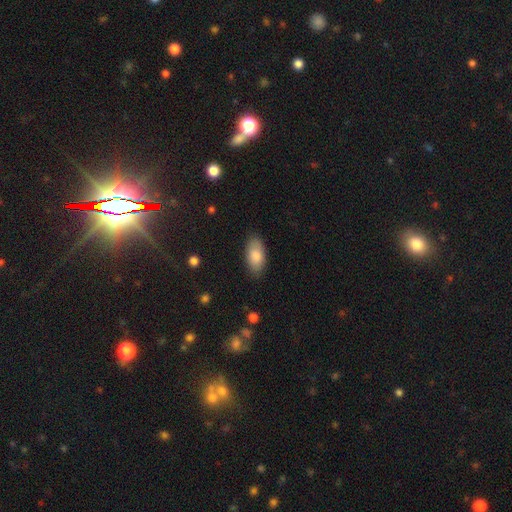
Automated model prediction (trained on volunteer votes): Smooth or featured?
  - smooth: 84% *
  - featured or disk: 10%
  - star or artifact: 6%
How rounded?
  - in between: 93% *
  - cigar-shaped: 4%
  - round: 3%
Merging?
  - none: 84% *
  - minor disturbance: 12%
  - major disturbance: 3%
  - merger: 1%